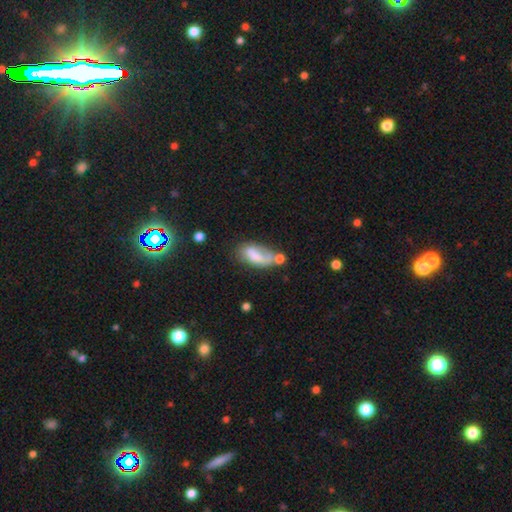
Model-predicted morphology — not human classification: A smooth galaxy with no disk features (65%) that is in between round and cigar-shaped (87%). Merging: none (29%).